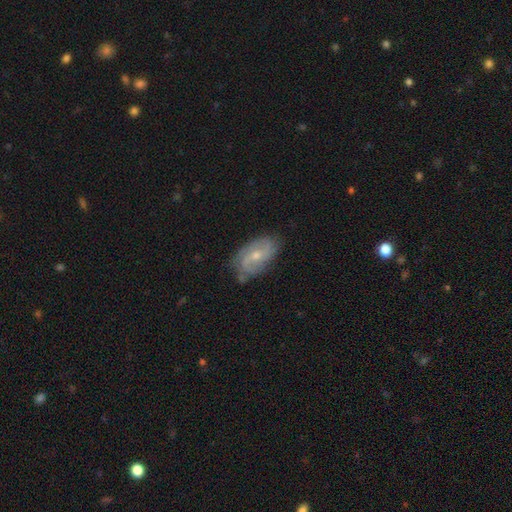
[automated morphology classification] This is likely a featured or disk galaxy (74%). It is clearly not viewed edge-on (95%). Bar: possibly no (53%). Spiral arm pattern: clearly yes (90%). Spiral arm count: likely 2 (67%). Spiral winding: marginally medium (42%). Central bulge: possibly small (54%). Merging: likely none (73%).